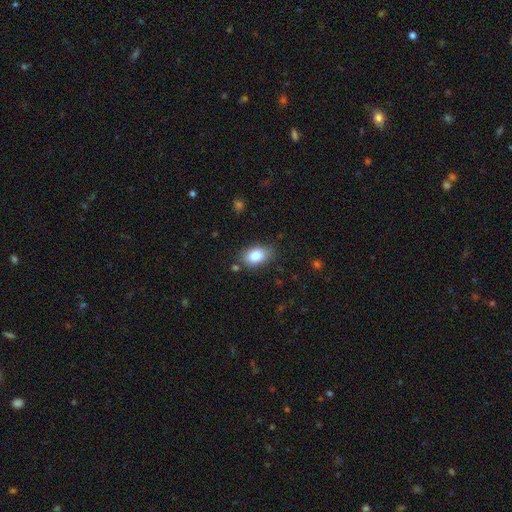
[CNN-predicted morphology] Smooth or featured? Predicted: smooth (p=0.83). How rounded? Predicted: in between (p=0.86). Merging? Predicted: none (p=0.79).